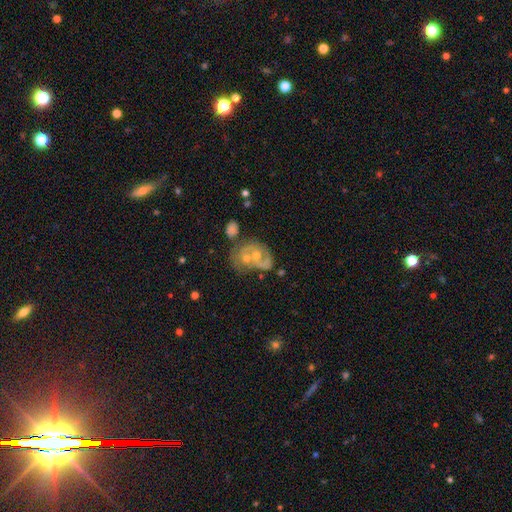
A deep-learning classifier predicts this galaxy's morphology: type=featured or disk (70%); edge-on=no (97%); bar=no (75%); spiral arms=yes (69%); bulge=moderate (60%); merging=merger (36%).